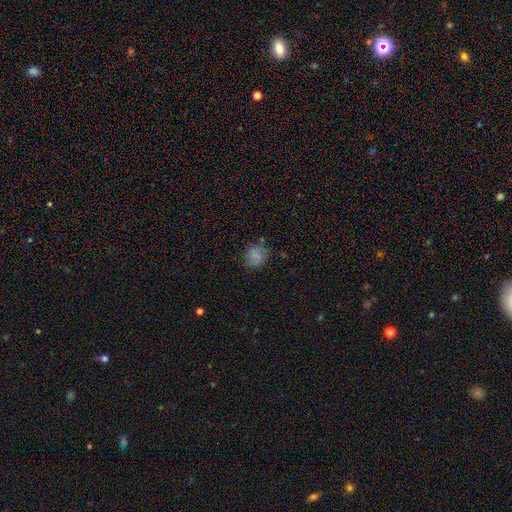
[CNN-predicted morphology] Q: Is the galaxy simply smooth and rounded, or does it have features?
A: smooth — 80%.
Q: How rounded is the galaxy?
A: round — 82%.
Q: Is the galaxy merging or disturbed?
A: none — 79%.